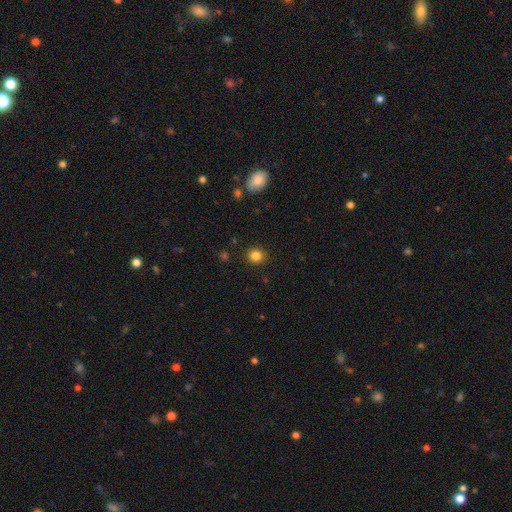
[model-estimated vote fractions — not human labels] Smooth or featured? smooth (83%)
How rounded? round (84%)
Merging? none (90%)